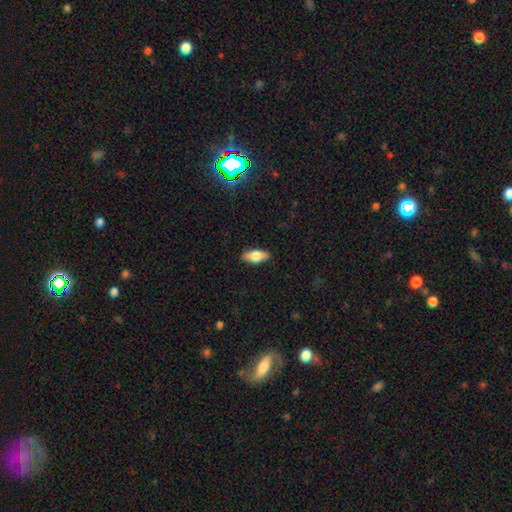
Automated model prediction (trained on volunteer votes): A smooth galaxy with no disk features (65%) that is in between round and cigar-shaped (78%). Merging: none (89%).